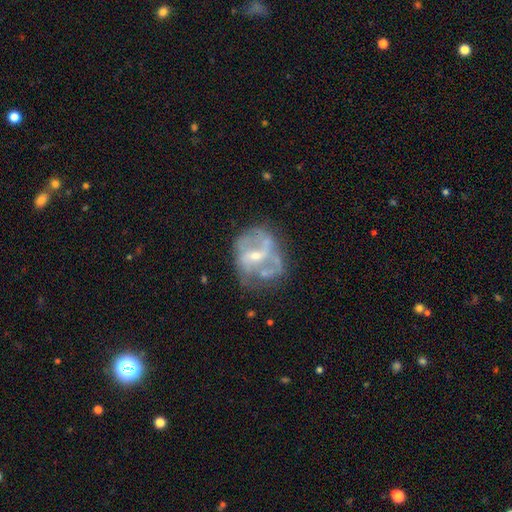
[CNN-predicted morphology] A featured or disk galaxy (79%) with a weak bar (44%), 2 (49%) medium (42%) spiral arms (71%) and a small central bulge (59%). Merging: none (50%).